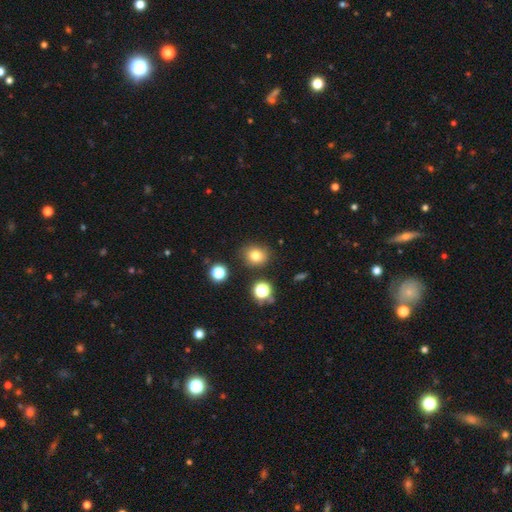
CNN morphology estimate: A smooth galaxy with no disk features (78%) that is round (72%). Merging: none (84%).